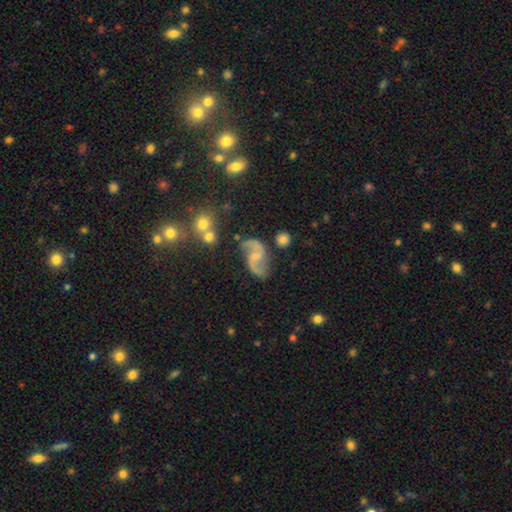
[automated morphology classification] Smooth or featured? featured or disk (88%)
Edge-on disk? no (98%)
Bar? weak (47%)
Spiral arms? yes (97%)
Spiral winding? loose (64%)
Spiral arm count? 2 (94%)
Bulge size? small (50%)
Merging? none (72%)